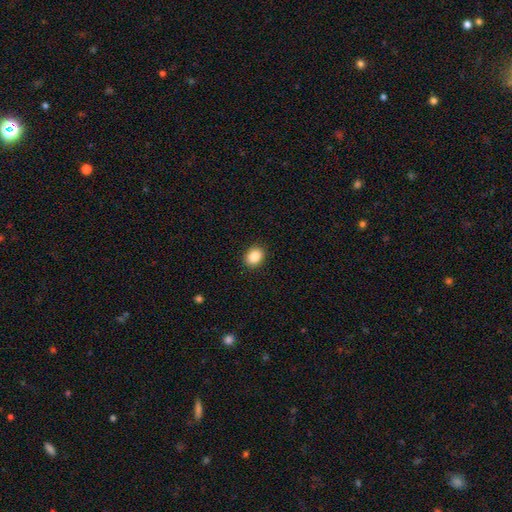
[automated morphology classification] type=smooth (88%); roundness=in between (55%); merging=none (90%).